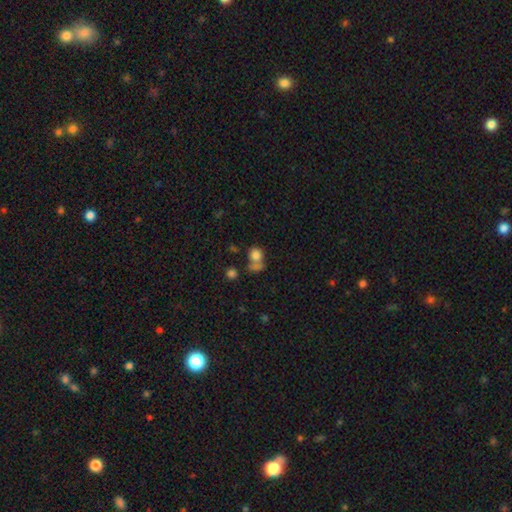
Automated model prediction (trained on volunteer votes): smooth-or-featured: smooth: 78% | star or artifact: 13% | featured or disk: 9%
  how-rounded: round: 74% | in between: 25% | cigar-shaped: 1%
  merging: none: 42% | merger: 37% | minor disturbance: 12% | major disturbance: 9%